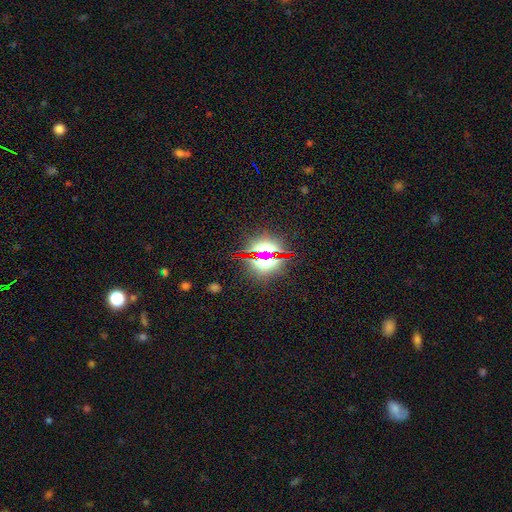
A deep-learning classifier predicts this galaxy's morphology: Smooth or featured: star or artifact — 76% (smooth — 15%)